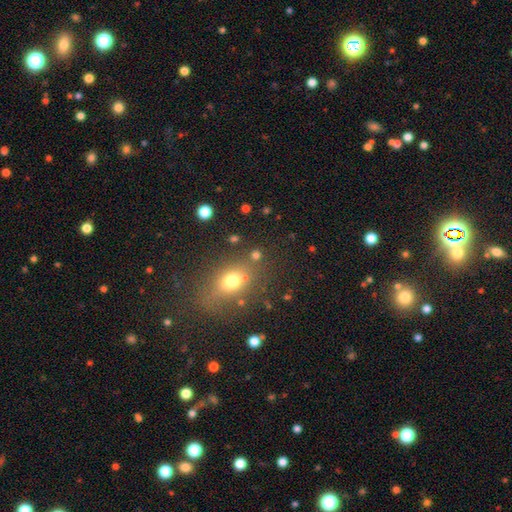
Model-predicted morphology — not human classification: type=smooth (67%); roundness=in between (58%); merging=none (70%).